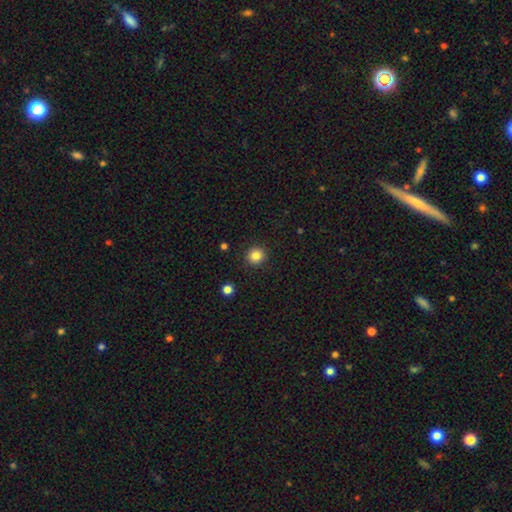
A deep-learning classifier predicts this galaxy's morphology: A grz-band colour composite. It shows a smooth galaxy with no disk features (85%) that is round (92%). Merging: none (91%).